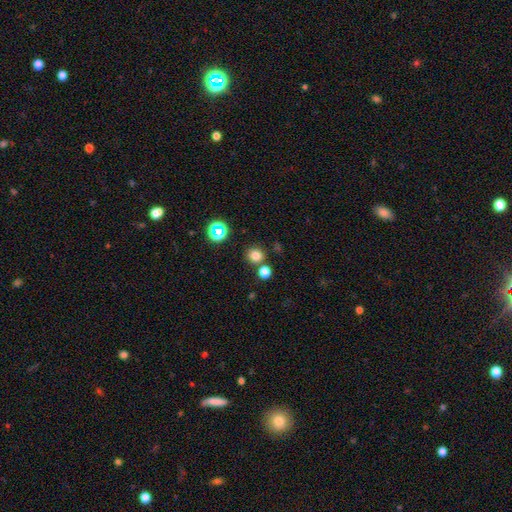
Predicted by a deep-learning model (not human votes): smooth 77%, star or artifact 18%, featured or disk 5%. Down the decision tree: how rounded — round (90%); merging — none (78%).